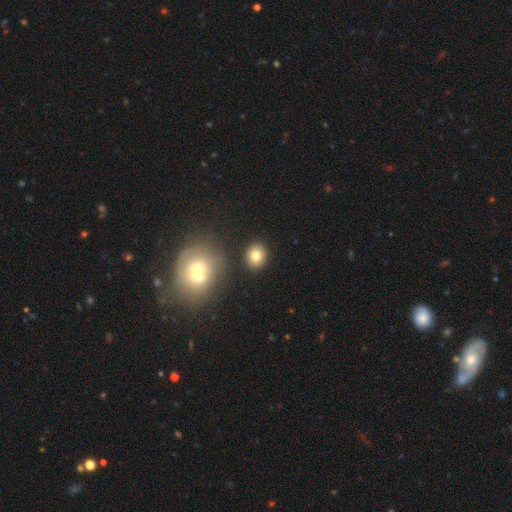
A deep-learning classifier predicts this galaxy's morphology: Q: Smooth or featured?
A: smooth (80%); runner-up: star or artifact (11%)
Q: How rounded?
A: round (69%); runner-up: in between (30%)
Q: Merging?
A: none (86%); runner-up: minor disturbance (7%)